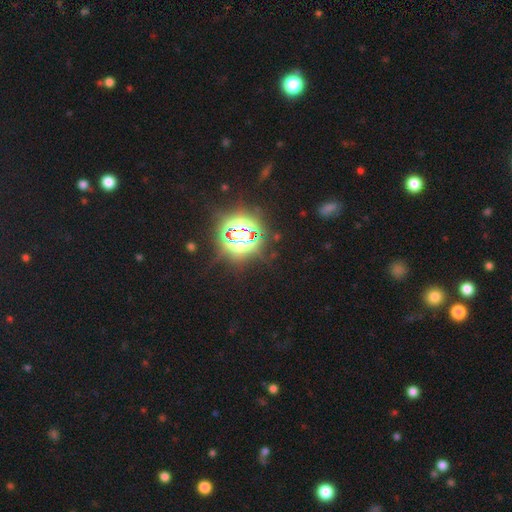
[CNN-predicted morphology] This is clearly a star or artifact rather than a galaxy (82%).